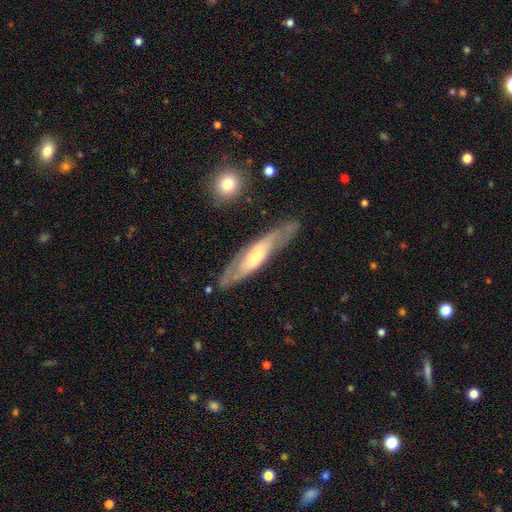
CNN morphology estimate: smooth_or_featured: featured or disk (p=0.65) [alt: smooth p=0.30]
disk_edge_on: no (p=0.54) [alt: yes p=0.46]
merging: none (p=0.79) [alt: minor disturbance p=0.15]